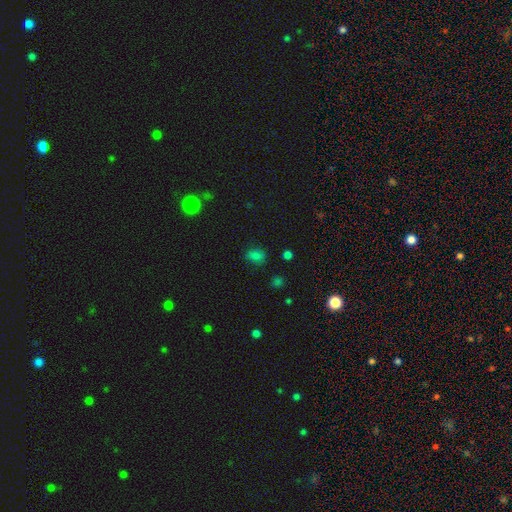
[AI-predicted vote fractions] Smooth or featured? Predicted: smooth (p=0.74). How rounded? Predicted: in between (p=0.67). Merging? Predicted: none (p=0.76).